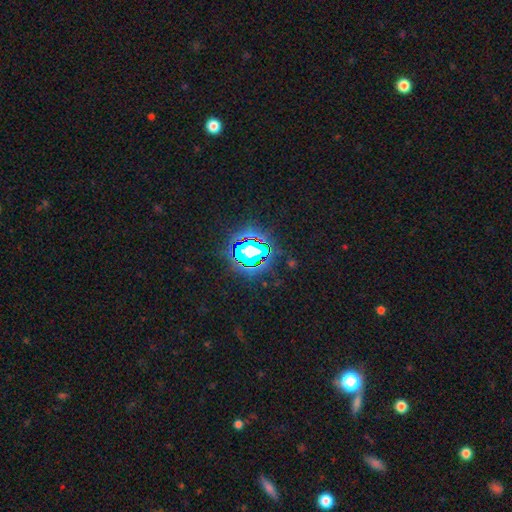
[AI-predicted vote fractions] smooth-or-featured: star or artifact: 73% | smooth: 16% | featured or disk: 11%